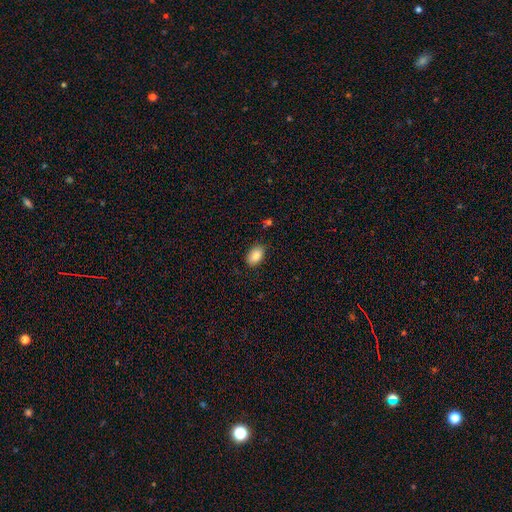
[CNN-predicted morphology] This appears to be a smooth galaxy with no disk features (86%) that is in between round and cigar-shaped (88%). Merging: none (84%).